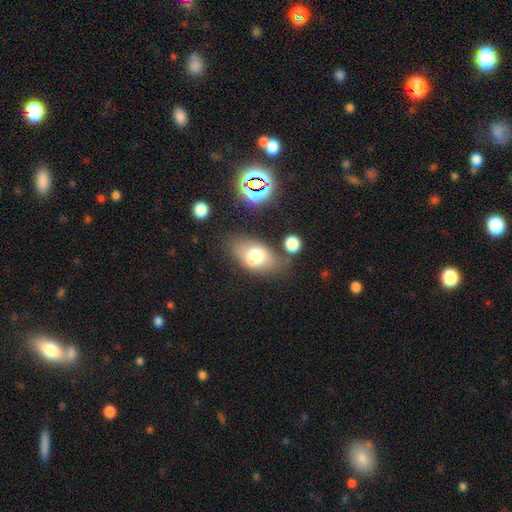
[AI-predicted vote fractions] smooth 66%, featured or disk 22%, star or artifact 12%. Down the decision tree: how rounded — in between (85%); merging — none (56%).